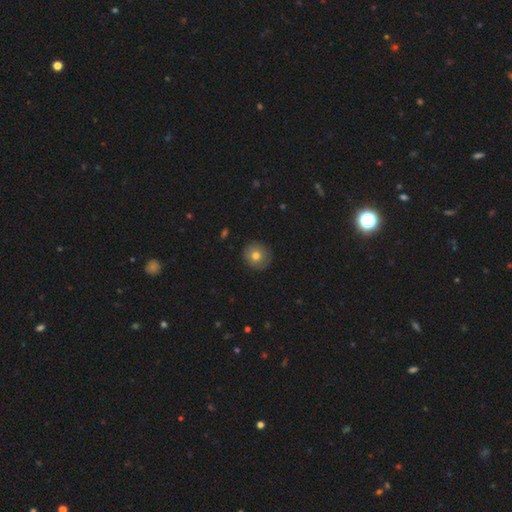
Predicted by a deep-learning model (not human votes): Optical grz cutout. It shows a smooth galaxy with no disk features (73%) that is round (92%). Merging: none (89%).